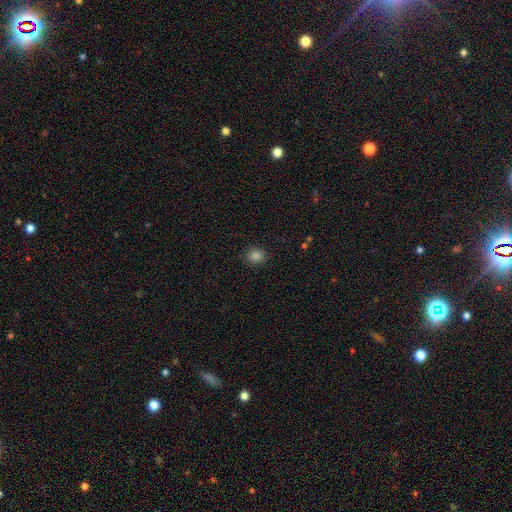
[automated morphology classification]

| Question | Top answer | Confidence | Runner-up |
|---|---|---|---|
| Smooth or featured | smooth | 84% | star or artifact (12%) |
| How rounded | round | 77% | in between (22%) |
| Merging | none | 89% | minor disturbance (8%) |